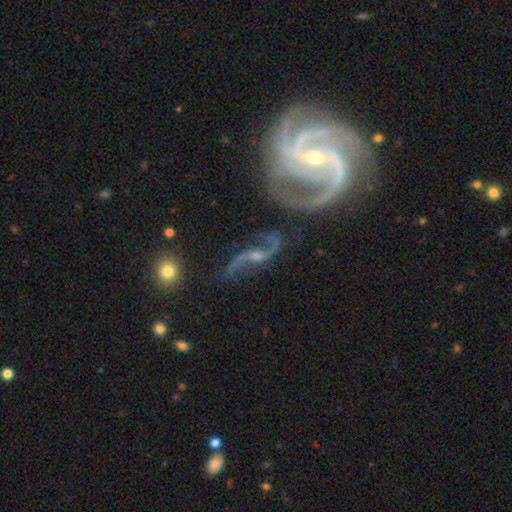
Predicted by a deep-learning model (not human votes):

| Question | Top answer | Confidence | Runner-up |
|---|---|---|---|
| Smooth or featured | featured or disk | 85% | star or artifact (8%) |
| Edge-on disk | no | 95% | yes (5%) |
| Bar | weak | 37% | no (33%) |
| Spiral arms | yes | 96% | no (4%) |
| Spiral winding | medium | 48% | tight (28%) |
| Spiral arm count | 2 | 52% | 3 (19%) |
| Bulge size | small | 76% | moderate (19%) |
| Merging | none | 51% | minor disturbance (19%) |